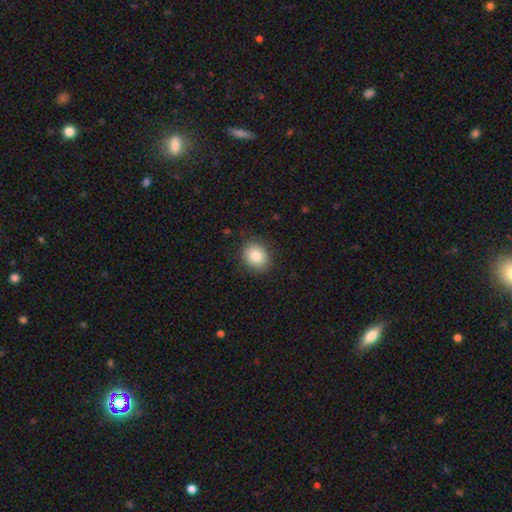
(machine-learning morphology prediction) This appears to be a smooth galaxy with no disk features (84%) that is round (69%). Merging: none (86%).